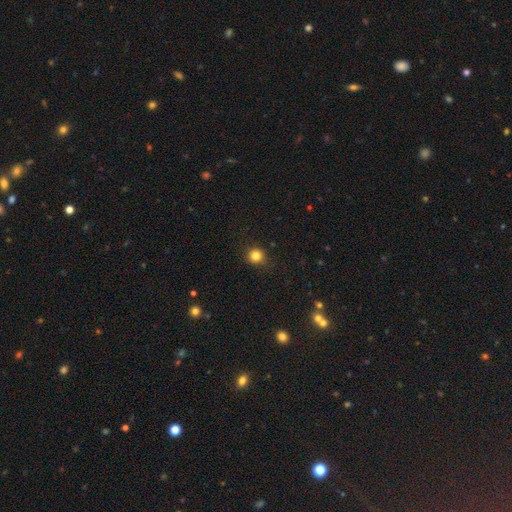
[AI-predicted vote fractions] Morphology: type=smooth (83%); roundness=round (91%); merging=none (88%).